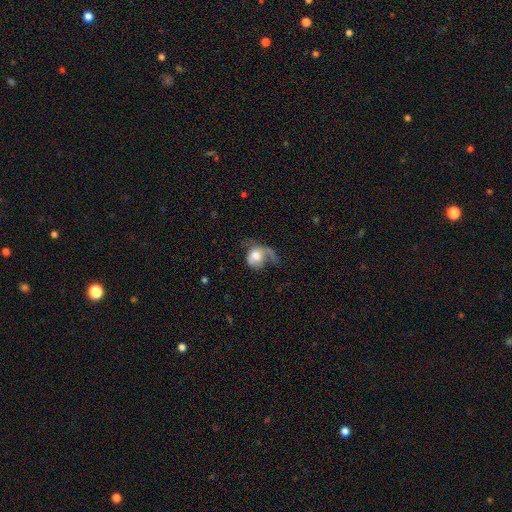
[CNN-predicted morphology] The model was most divided on "how rounded": round: 54%, in between: 44%, cigar-shaped: 1%. More confident: smooth or featured — smooth (58%); merging — major disturbance (54%).